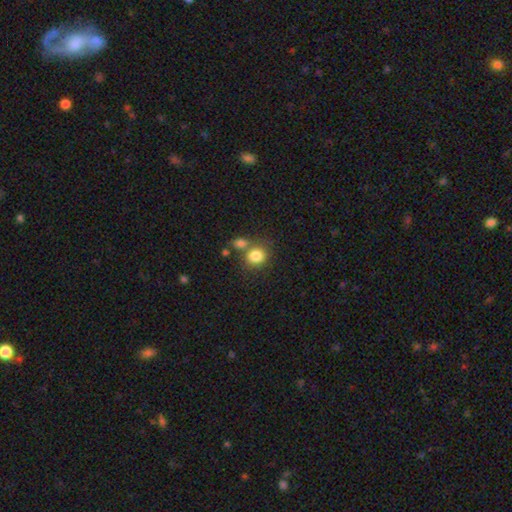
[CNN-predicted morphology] A smooth galaxy with no disk features (82%) that is round (75%).

Vote fractions:
- Smooth or featured? smooth: 82% / star or artifact: 10% / featured or disk: 8%
- How rounded? round: 75% / in between: 24% / cigar-shaped: 1%
- Merging? none: 53% / merger: 31% / minor disturbance: 11% / major disturbance: 4%